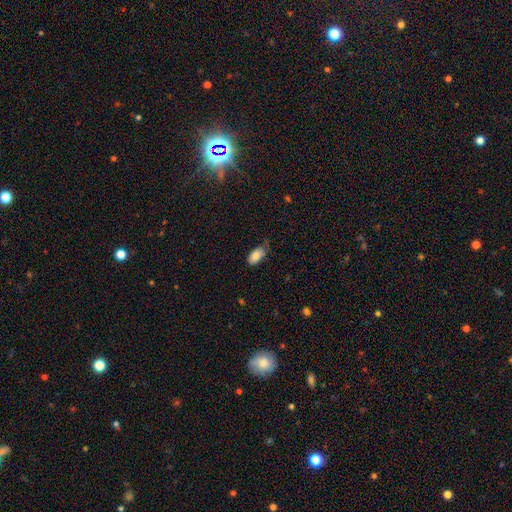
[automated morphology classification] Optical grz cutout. It shows a smooth galaxy with no disk features (80%) that is in between round and cigar-shaped (93%). Merging: none (56%).